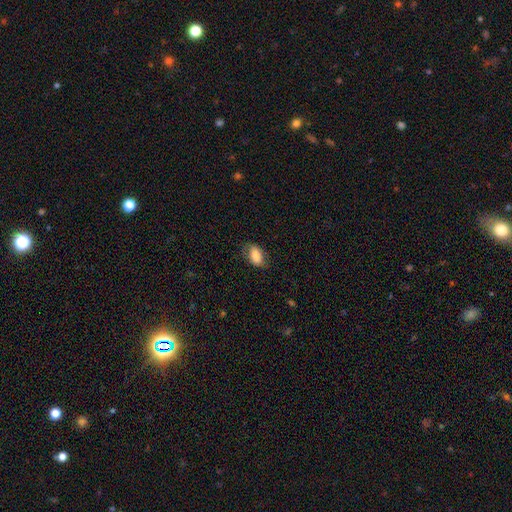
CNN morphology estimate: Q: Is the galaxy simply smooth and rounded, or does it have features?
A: smooth — 81%.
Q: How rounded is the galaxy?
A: in between — 90%.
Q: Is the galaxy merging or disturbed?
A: none — 71%.